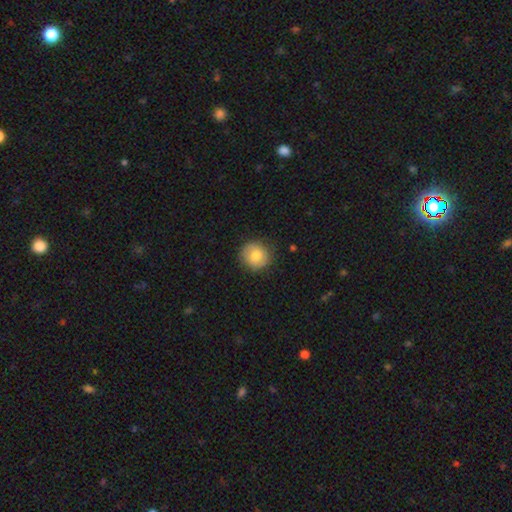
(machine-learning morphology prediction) Smooth or featured?
  - smooth: 73% *
  - featured or disk: 19%
  - star or artifact: 8%
How rounded?
  - round: 90% *
  - in between: 9%
  - cigar-shaped: 1%
Merging?
  - none: 82% *
  - minor disturbance: 13%
  - major disturbance: 3%
  - merger: 1%